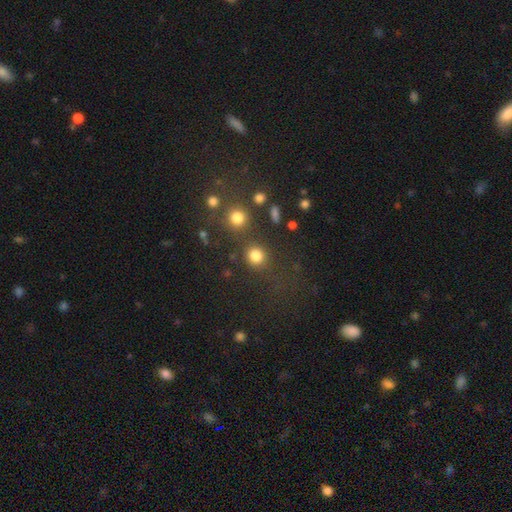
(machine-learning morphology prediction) smooth-or-featured: smooth: 82% | star or artifact: 13% | featured or disk: 5%
  how-rounded: round: 84% | in between: 15% | cigar-shaped: 1%
  merging: none: 74% | merger: 11% | minor disturbance: 9% | major disturbance: 6%